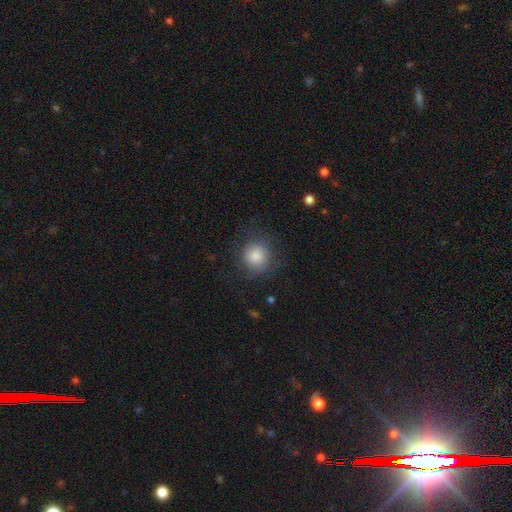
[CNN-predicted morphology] type=smooth (83%); roundness=round (90%); merging=none (79%).